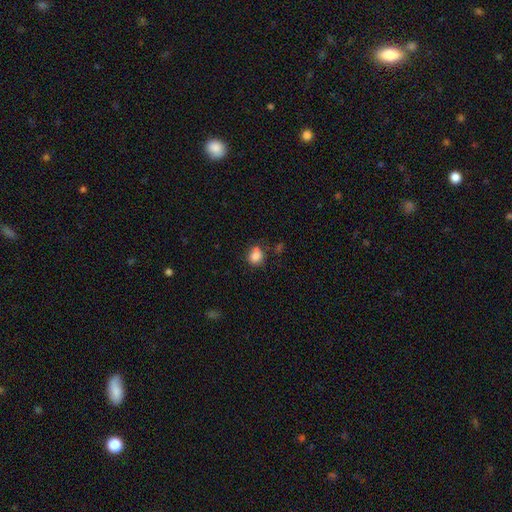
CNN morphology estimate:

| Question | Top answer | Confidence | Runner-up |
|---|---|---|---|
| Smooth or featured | smooth | 85% | star or artifact (10%) |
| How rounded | round | 62% | in between (37%) |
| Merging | none | 64% | minor disturbance (24%) |